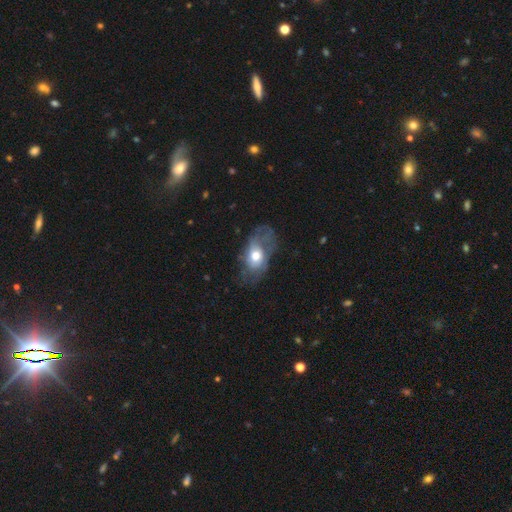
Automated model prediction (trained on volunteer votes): smooth_or_featured: featured or disk (p=0.47) [alt: smooth p=0.45]
merging: none (p=0.42) [alt: major disturbance p=0.30]